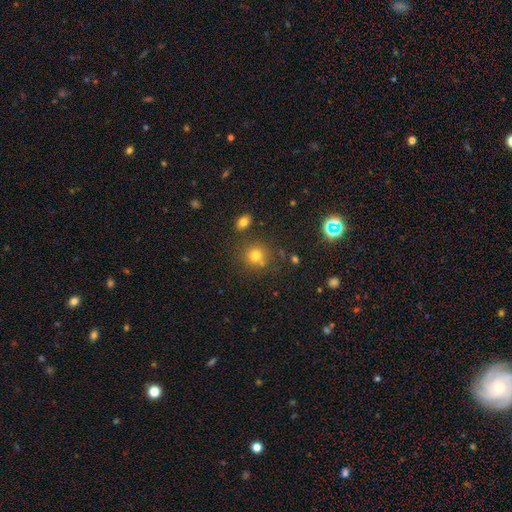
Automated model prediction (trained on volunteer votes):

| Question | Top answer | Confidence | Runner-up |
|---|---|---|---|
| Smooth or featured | smooth | 73% | star or artifact (18%) |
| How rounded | round | 87% | in between (12%) |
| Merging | none | 75% | minor disturbance (11%) |